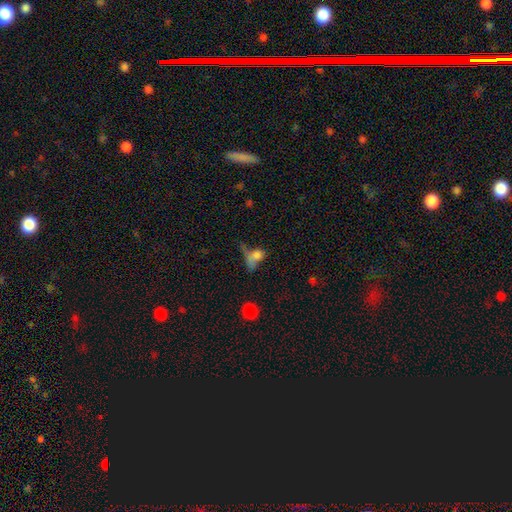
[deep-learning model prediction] Smooth or featured? Predicted: smooth (p=0.66). How rounded? Predicted: in between (p=0.64). Merging? Predicted: major disturbance (p=0.28).